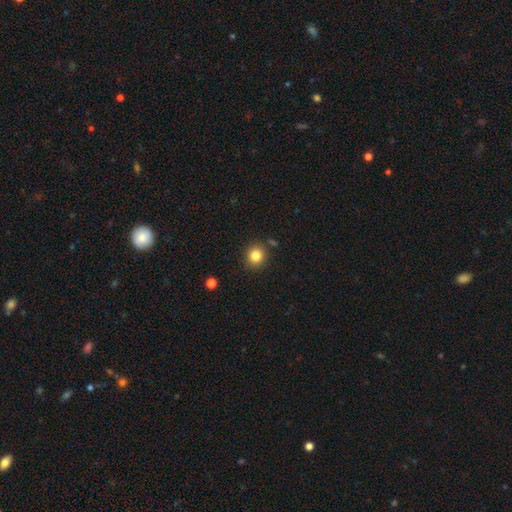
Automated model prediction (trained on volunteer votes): smooth 84%, star or artifact 11%, featured or disk 5%. Down the decision tree: how rounded — round (87%); merging — none (86%).